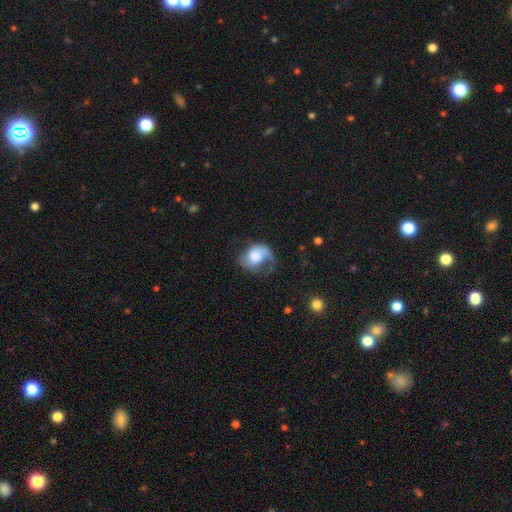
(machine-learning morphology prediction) Smooth or featured? featured or disk (55%)
Edge-on disk? no (98%)
Bar? no (73%)
Spiral arms? yes (85%)
Bulge size? large (45%)
Merging? major disturbance (37%)